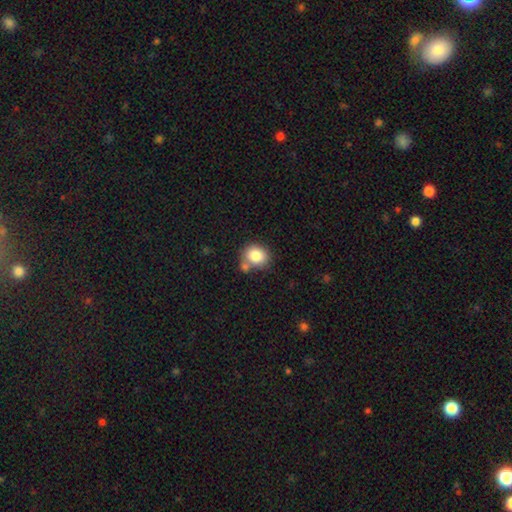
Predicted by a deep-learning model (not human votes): smooth_or_featured: smooth (p=0.83) [alt: star or artifact p=0.09]
how_rounded: round (p=0.68) [alt: in between p=0.31]
merging: none (p=0.57) [alt: merger p=0.25]